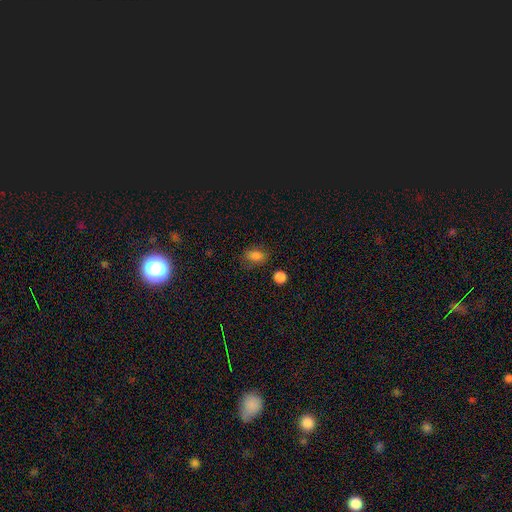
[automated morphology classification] The model was most divided on "merging": none: 68%, minor disturbance: 21%, major disturbance: 8%, merger: 3%. More confident: smooth or featured — smooth (82%); how rounded — in between (76%).